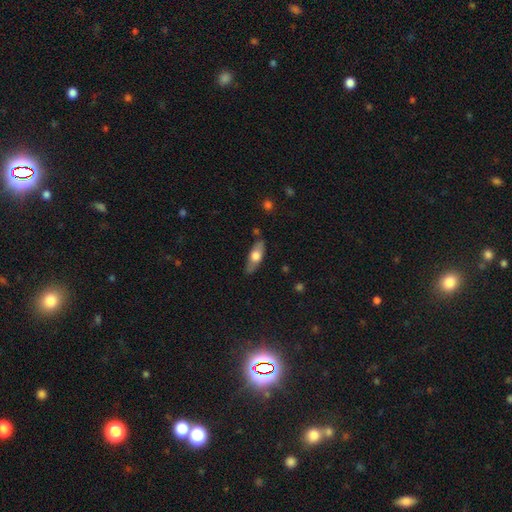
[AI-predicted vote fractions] Overall: smooth (56%; featured or disk 38%). How rounded: in between (67%; cigar-shaped 29%). Merging: none (81%).